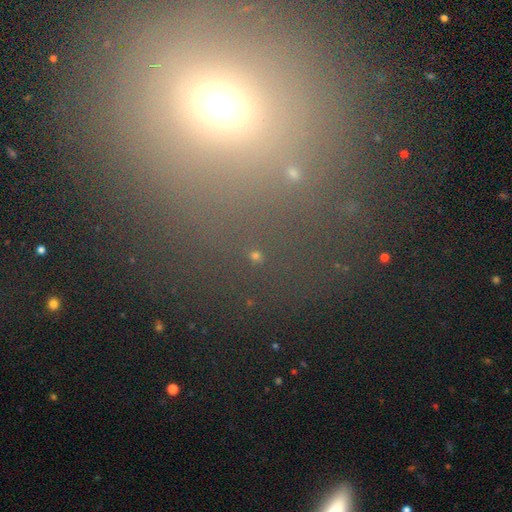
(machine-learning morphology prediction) The model was most divided on "smooth or featured": star or artifact: 57%, smooth: 32%, featured or disk: 11%.